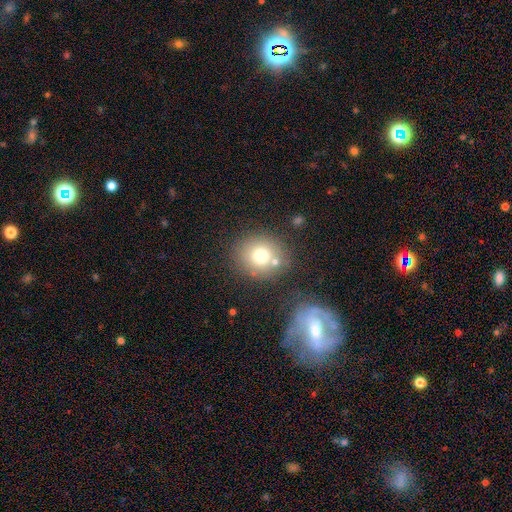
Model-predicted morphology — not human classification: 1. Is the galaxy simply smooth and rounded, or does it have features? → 70% smooth, 18% featured or disk, 12% star or artifact.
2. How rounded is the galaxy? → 81% round, 18% in between, 1% cigar-shaped.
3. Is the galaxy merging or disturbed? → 67% none, 16% merger, 12% minor disturbance, 4% major disturbance.